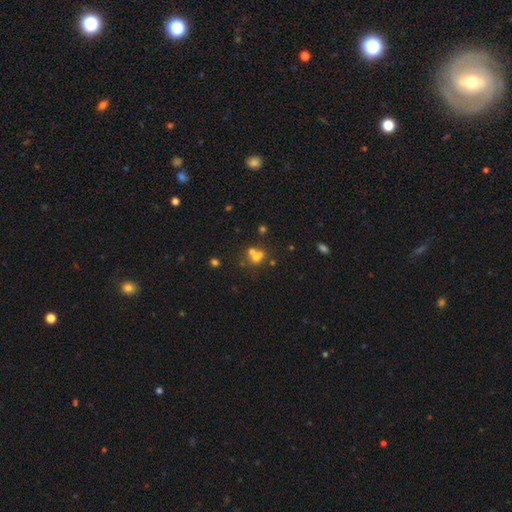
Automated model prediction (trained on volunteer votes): Smooth or featured: smooth — 56% (featured or disk — 23%)
How rounded: round — 69% (in between — 30%)
Merging: merger — 52% (none — 34%)